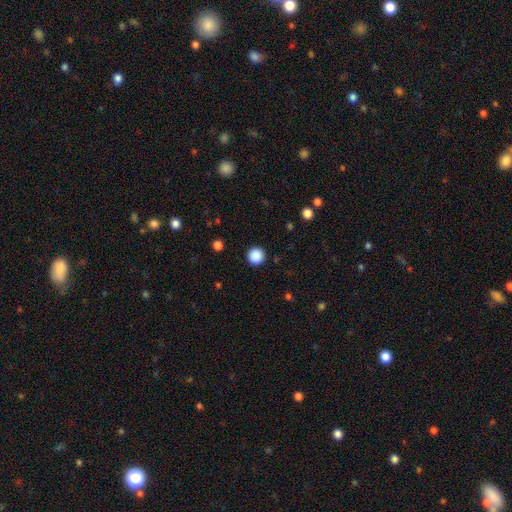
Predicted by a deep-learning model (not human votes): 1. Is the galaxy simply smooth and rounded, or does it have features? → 88% smooth, 9% star or artifact, 2% featured or disk.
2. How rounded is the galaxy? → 96% round, 3% in between, 1% cigar-shaped.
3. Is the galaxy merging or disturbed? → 93% none, 4% minor disturbance, 2% major disturbance, 1% merger.